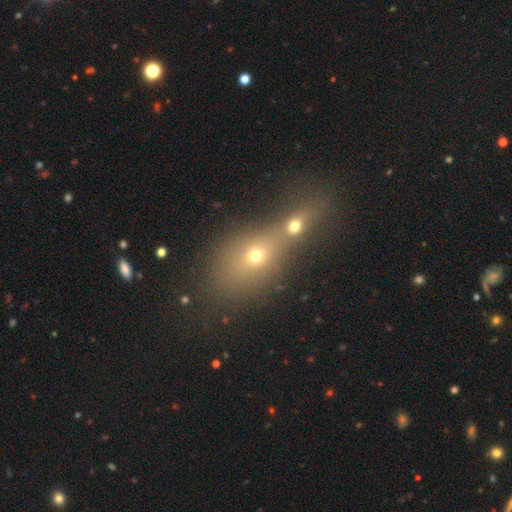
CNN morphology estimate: A smooth galaxy with no disk features (59%) that is in between round and cigar-shaped (52%). Merging: merger (66%).